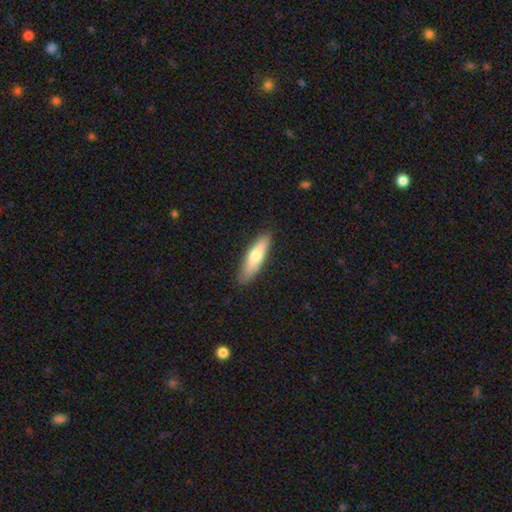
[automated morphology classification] Q: Smooth or featured?
A: smooth (66%); runner-up: featured or disk (28%)
Q: How rounded?
A: cigar-shaped (67%); runner-up: in between (31%)
Q: Merging?
A: none (85%); runner-up: minor disturbance (11%)